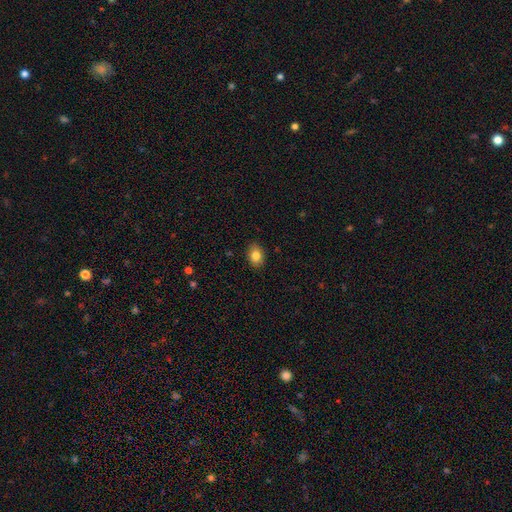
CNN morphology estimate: Smooth or featured? Predicted: smooth (p=0.83). How rounded? Predicted: in between (p=0.73). Merging? Predicted: none (p=0.88).